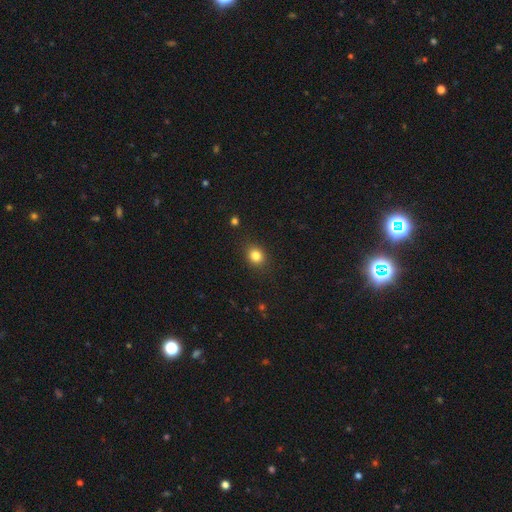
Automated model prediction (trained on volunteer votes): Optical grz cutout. It shows a smooth galaxy with no disk features (83%) that is round (66%). Merging: none (87%).